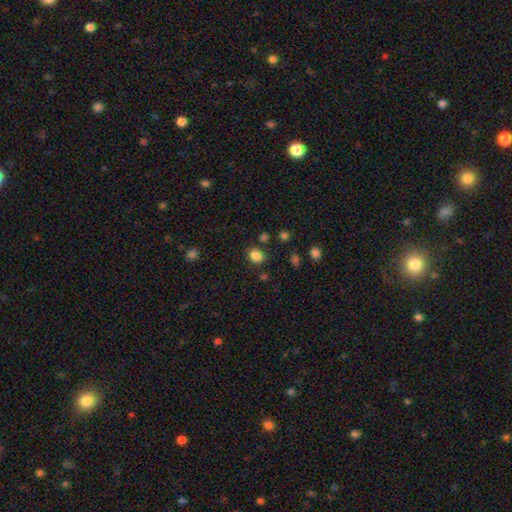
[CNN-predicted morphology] Q: Smooth or featured?
A: smooth (84%); runner-up: star or artifact (12%)
Q: How rounded?
A: round (54%); runner-up: in between (45%)
Q: Merging?
A: none (80%); runner-up: minor disturbance (12%)